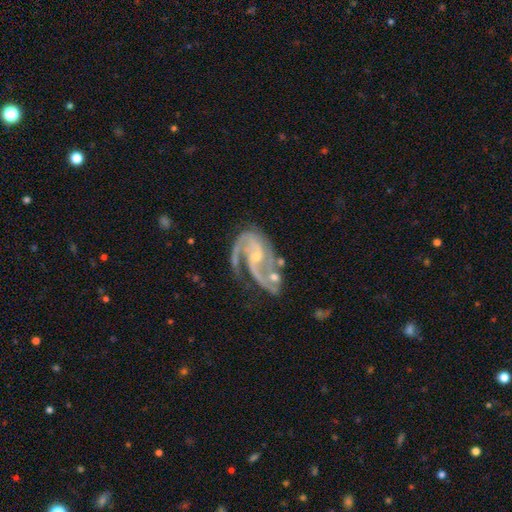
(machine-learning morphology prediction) Smooth or featured? Predicted: featured or disk (p=0.91). Edge-on disk? Predicted: no (p=0.98). Bar? Predicted: no (p=0.42, tied with weak). Spiral arms? Predicted: yes (p=0.97). Spiral winding? Predicted: medium (p=0.55). Spiral arm count? Predicted: 2 (p=0.74). Bulge size? Predicted: small (p=0.67). Merging? Predicted: none (p=0.42).